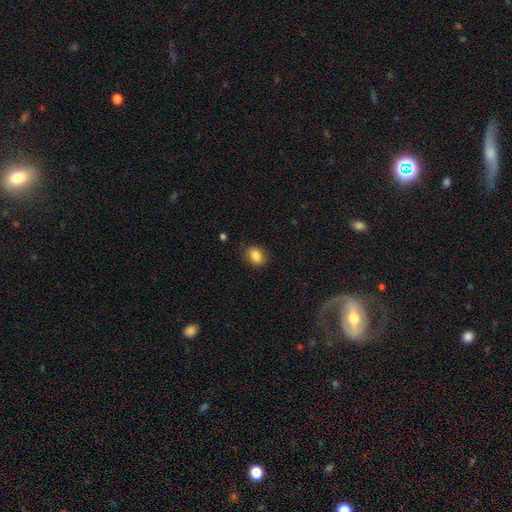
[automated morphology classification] Q: Smooth or featured?
A: smooth (86%); runner-up: star or artifact (9%)
Q: How rounded?
A: in between (51%); runner-up: round (48%)
Q: Merging?
A: none (85%); runner-up: minor disturbance (11%)